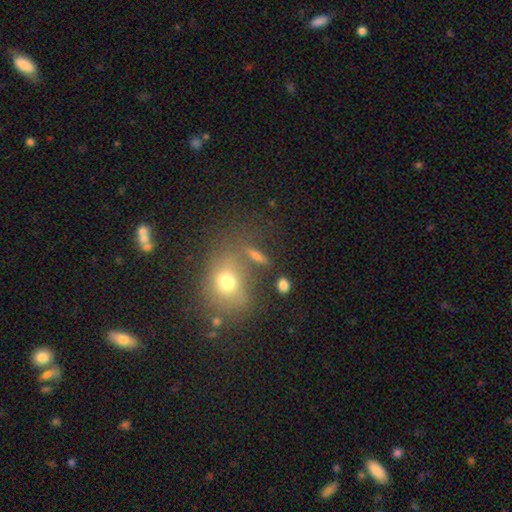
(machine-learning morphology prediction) Q: Smooth or featured?
A: smooth (60%); runner-up: featured or disk (21%)
Q: How rounded?
A: in between (46%); runner-up: round (36%)
Q: Merging?
A: none (61%); runner-up: merger (15%)